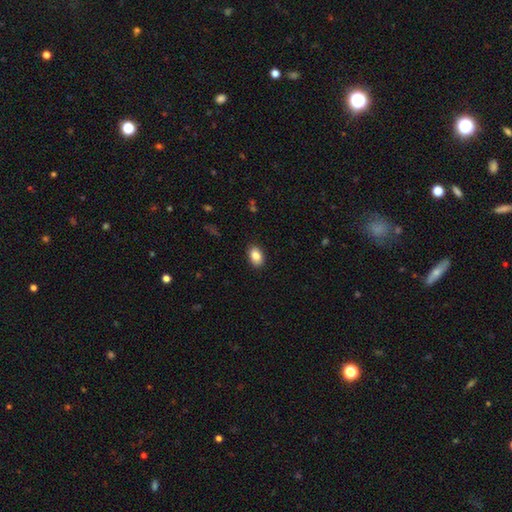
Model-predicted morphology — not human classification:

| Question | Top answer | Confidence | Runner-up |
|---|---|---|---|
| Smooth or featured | smooth | 87% | star or artifact (7%) |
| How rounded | in between | 87% | round (11%) |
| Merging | none | 89% | minor disturbance (8%) |